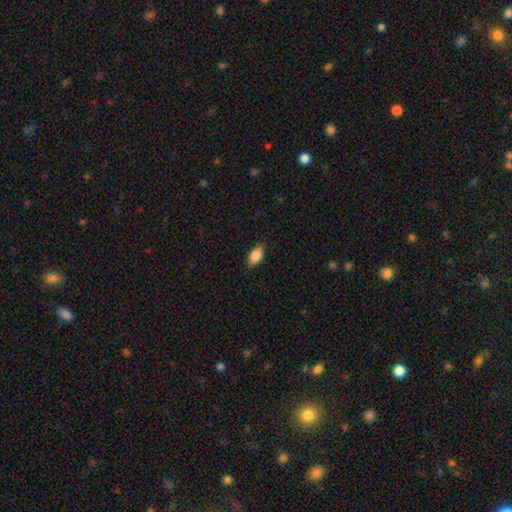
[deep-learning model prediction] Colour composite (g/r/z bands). It shows a smooth galaxy with no disk features (83%) that is in between round and cigar-shaped (89%). Merging: none (85%).